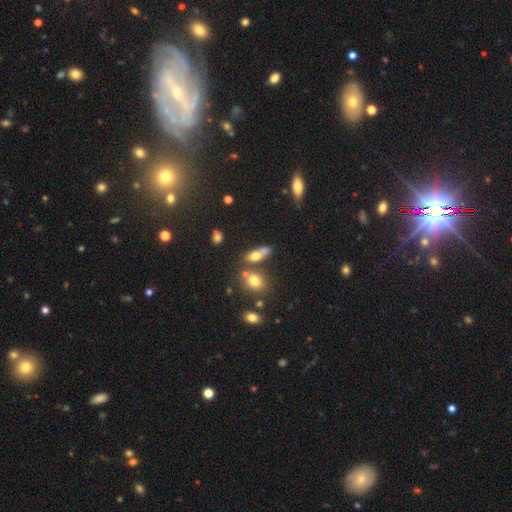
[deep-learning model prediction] A smooth galaxy with no disk features (68%) that is in between round and cigar-shaped (68%).

Vote fractions:
- Smooth or featured? smooth: 68% / featured or disk: 18% / star or artifact: 13%
- How rounded? in between: 68% / round: 19% / cigar-shaped: 14%
- Merging? none: 43% / merger: 38% / minor disturbance: 13% / major disturbance: 7%